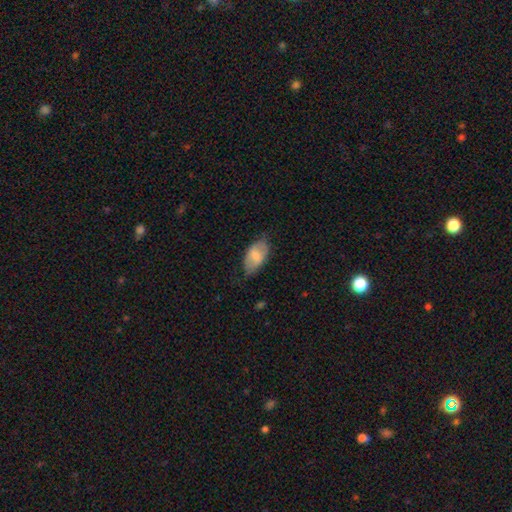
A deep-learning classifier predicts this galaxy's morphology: smooth-or-featured: smooth: 67% | featured or disk: 27% | star or artifact: 6%
  how-rounded: in between: 94% | round: 4% | cigar-shaped: 2%
  merging: none: 68% | minor disturbance: 25% | major disturbance: 6% | merger: 1%